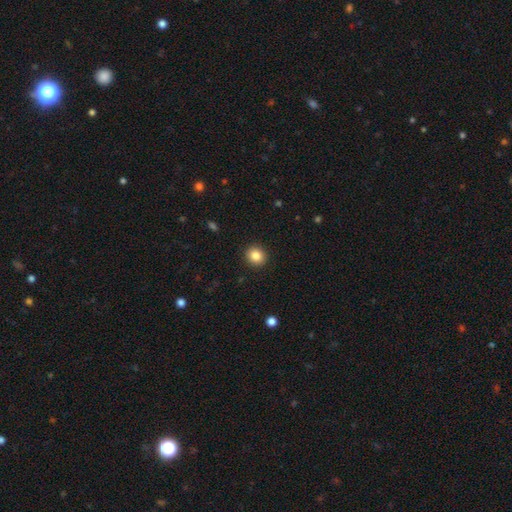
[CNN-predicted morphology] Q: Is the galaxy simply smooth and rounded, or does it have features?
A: smooth — 85%.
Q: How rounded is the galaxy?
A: round — 80%.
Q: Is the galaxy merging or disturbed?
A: none — 92%.